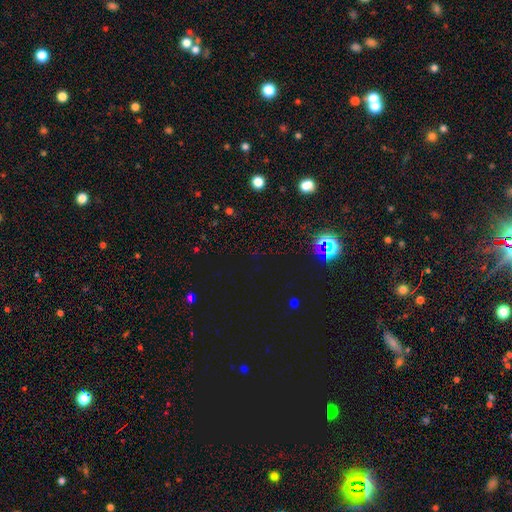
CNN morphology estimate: Smooth or featured? star or artifact (76%)